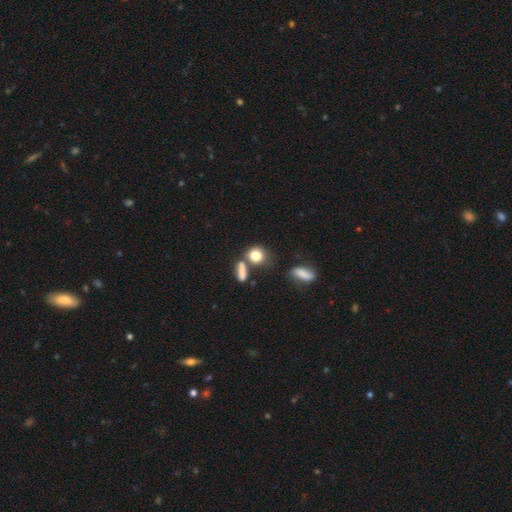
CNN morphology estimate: Q: Smooth or featured?
A: smooth (80%); runner-up: star or artifact (11%)
Q: How rounded?
A: round (60%); runner-up: in between (35%)
Q: Merging?
A: none (50%); runner-up: merger (29%)